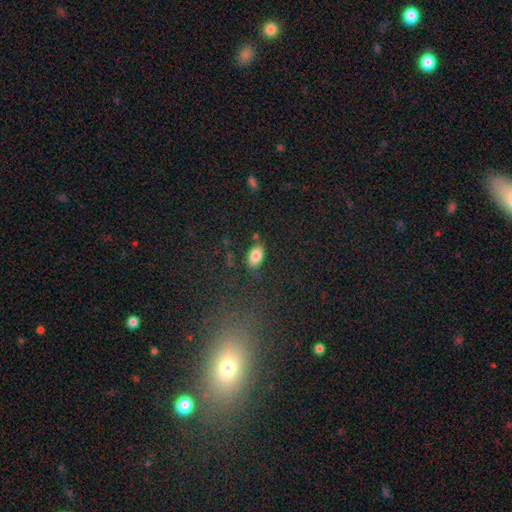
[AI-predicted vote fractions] This is clearly a smooth galaxy (83%). How rounded: clearly in between (91%). Merging: clearly none (81%).